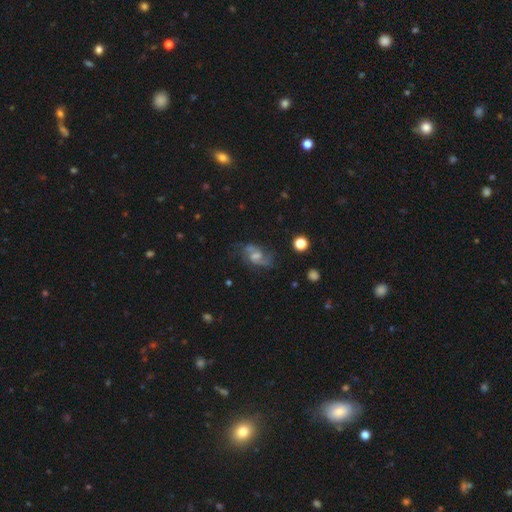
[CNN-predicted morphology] A featured or disk galaxy (77%) with a weak bar (56%), 2 (89%) loose (46%) spiral arms (94%) and a small central bulge (37%).

Vote fractions:
- Smooth or featured? featured or disk: 77% / smooth: 14% / star or artifact: 9%
- Edge-on disk? no: 97% / yes: 3%
- Bar? weak: 56% / no: 28% / strong: 16%
- Spiral arms? yes: 94% / no: 6%
- Spiral winding? loose: 46% / medium: 44% / tight: 11%
- Spiral arm count? 2: 89% / can't tell: 5% / 1: 3% / 3: 2% / 4: 1% / more than 4: 1%
- Bulge size? small: 37% / moderate: 34% / none: 22% / large: 6% / dominant: 1%
- Merging? none: 65% / minor disturbance: 20% / major disturbance: 12% / merger: 3%